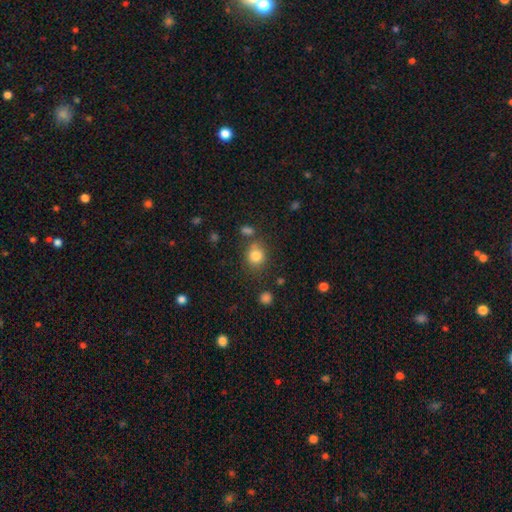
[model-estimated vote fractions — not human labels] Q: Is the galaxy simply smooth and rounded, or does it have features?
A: smooth — 81%.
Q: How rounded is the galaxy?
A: round — 73%.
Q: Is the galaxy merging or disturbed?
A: none — 71%.